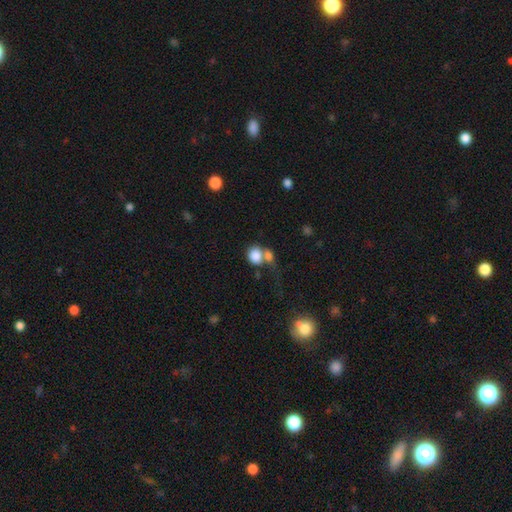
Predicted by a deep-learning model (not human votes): smooth 83%, star or artifact 9%, featured or disk 8%. Down the decision tree: how rounded — round (61%); merging — merger (50%).